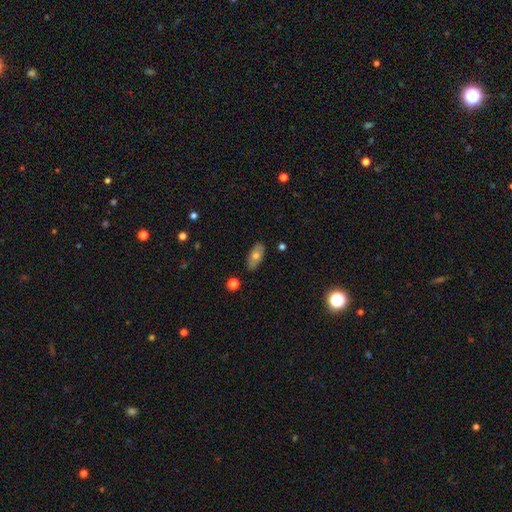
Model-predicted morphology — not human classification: smooth-or-featured: smooth: 68% | featured or disk: 25% | star or artifact: 7%
  how-rounded: in between: 88% | cigar-shaped: 8% | round: 4%
  merging: none: 86% | minor disturbance: 11% | major disturbance: 2% | merger: 2%